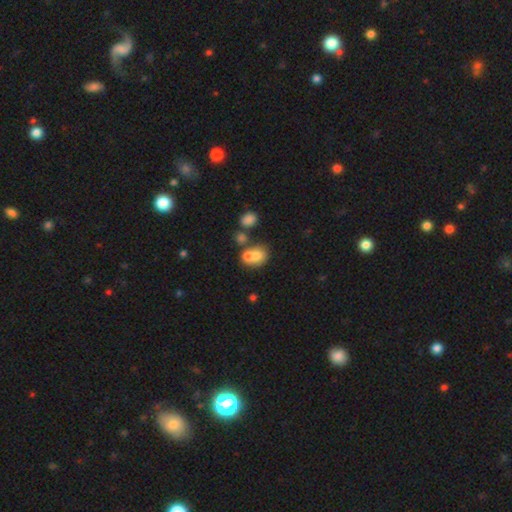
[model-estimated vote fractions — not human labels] Smooth or featured? Predicted: smooth (p=0.68). How rounded? Predicted: round (p=0.56). Merging? Predicted: merger (p=0.57).